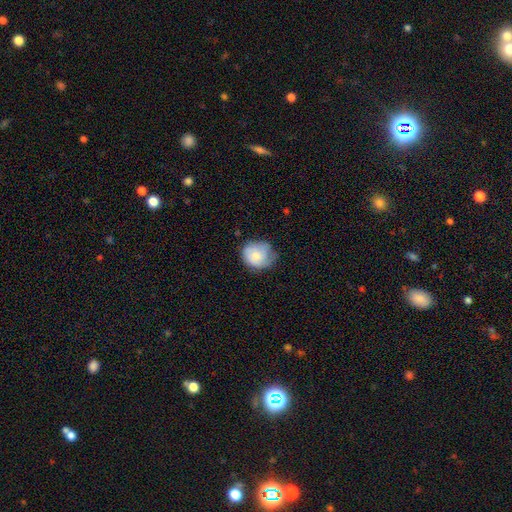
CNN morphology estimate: Overall: smooth (68%). How rounded: round (74%). Merging: none (55%; minor disturbance 34%).